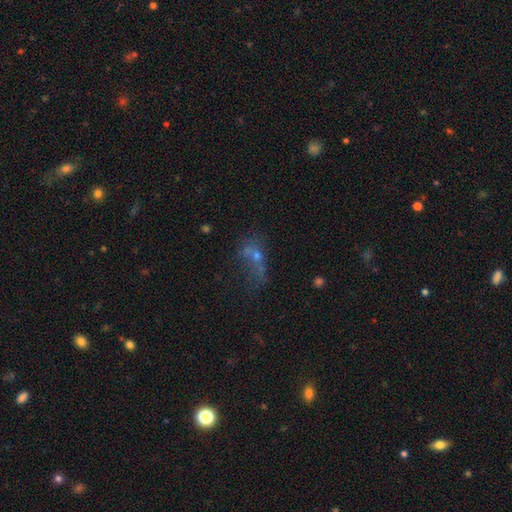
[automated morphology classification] A smooth galaxy with no disk features (41%). Merging: major disturbance (31%).